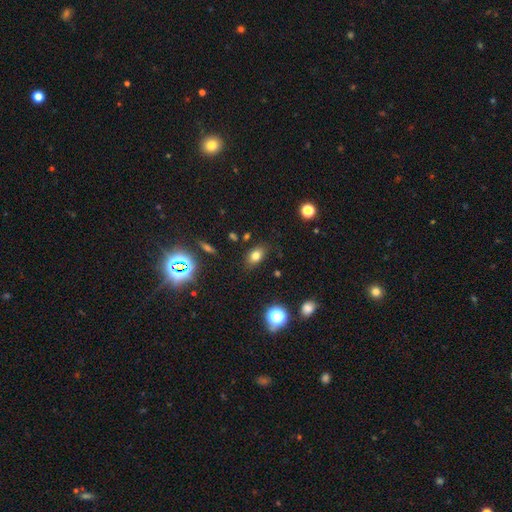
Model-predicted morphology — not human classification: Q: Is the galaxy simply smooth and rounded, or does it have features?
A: smooth — 75%.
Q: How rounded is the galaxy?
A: in between — 79%.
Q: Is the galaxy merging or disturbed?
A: none — 84%.